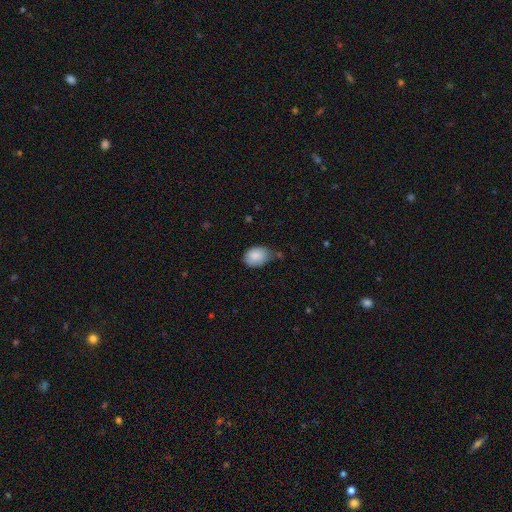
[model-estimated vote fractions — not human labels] Morphology: type=smooth (86%); roundness=in between (75%); merging=none (56%).